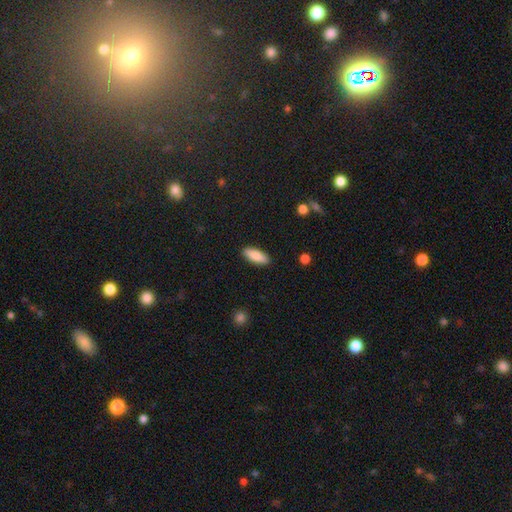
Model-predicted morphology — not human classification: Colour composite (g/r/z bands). It shows a smooth galaxy with no disk features (85%) that is in between round and cigar-shaped (70%). Merging: none (89%).